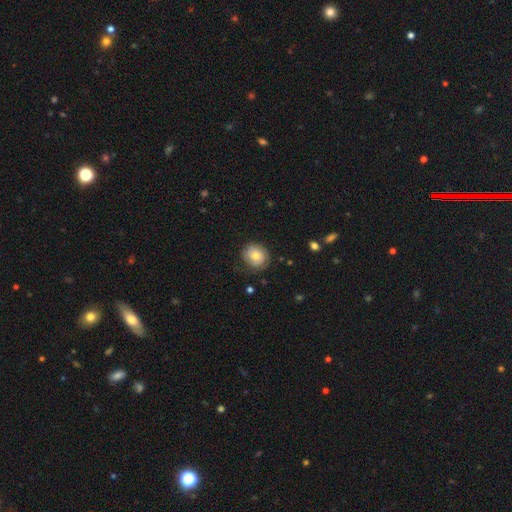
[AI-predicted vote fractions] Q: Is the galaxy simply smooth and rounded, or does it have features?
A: smooth — 68%.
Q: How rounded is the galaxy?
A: round — 81%.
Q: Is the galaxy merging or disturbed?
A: none — 75%.